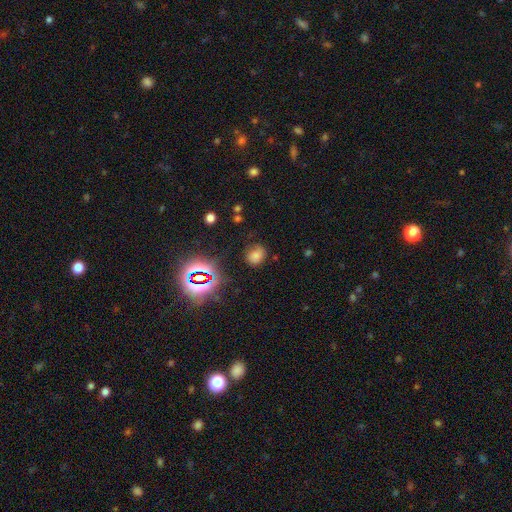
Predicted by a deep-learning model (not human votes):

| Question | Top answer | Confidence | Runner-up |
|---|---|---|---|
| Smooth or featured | smooth | 68% | star or artifact (24%) |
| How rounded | round | 55% | in between (44%) |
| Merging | none | 71% | minor disturbance (19%) |